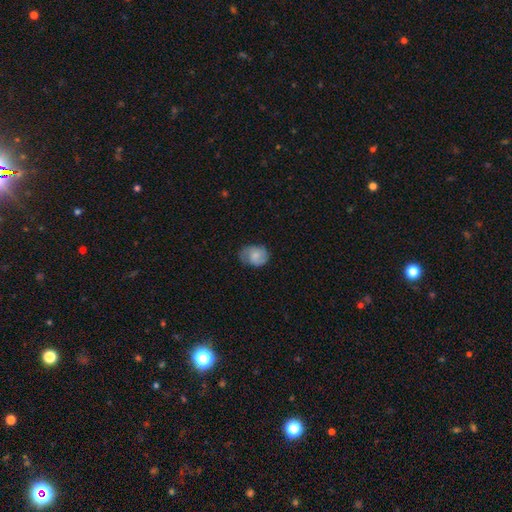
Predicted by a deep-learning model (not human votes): Morphology: type=smooth (53%); roundness=in between (59%); merging=none (61%).